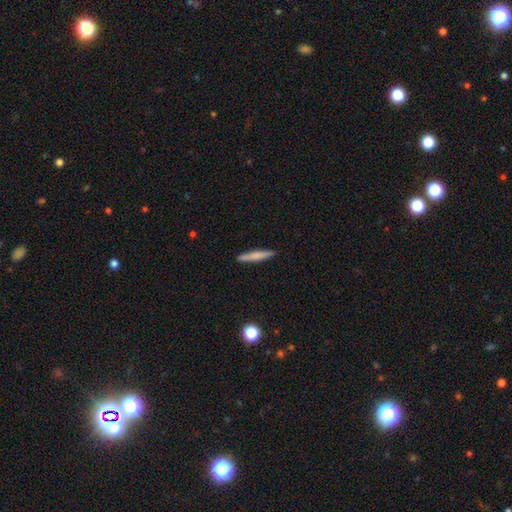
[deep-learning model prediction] A smooth galaxy with no disk features (66%) that is cigar-shaped (93%).

Vote fractions:
- Smooth or featured? smooth: 66% / featured or disk: 28% / star or artifact: 6%
- How rounded? cigar-shaped: 93% / in between: 5% / round: 2%
- Merging? none: 90% / minor disturbance: 7% / major disturbance: 2% / merger: 1%